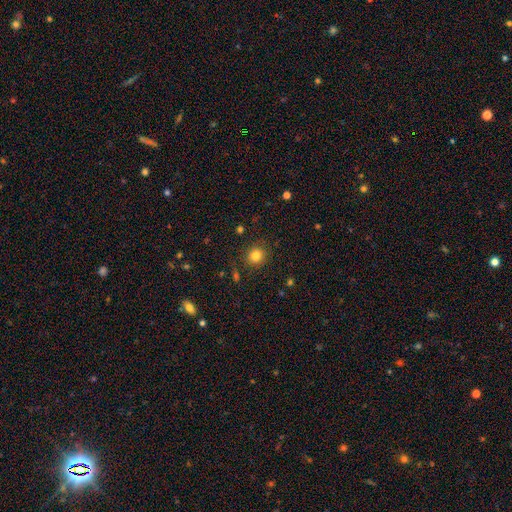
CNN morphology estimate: This is clearly a smooth galaxy (82%). How rounded: clearly round (89%). Merging: clearly none (88%).